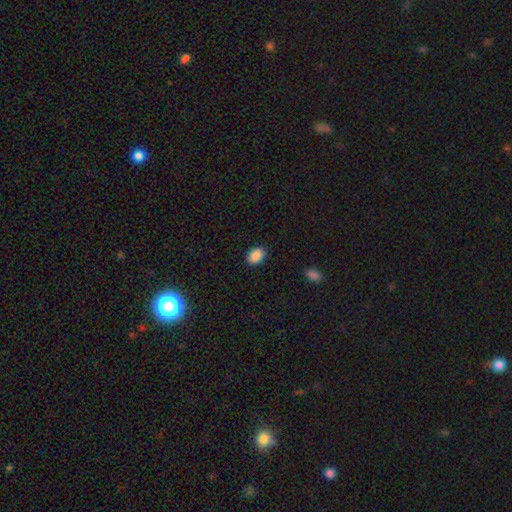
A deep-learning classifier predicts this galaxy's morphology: A smooth galaxy with no disk features (88%) that is in between round and cigar-shaped (78%). Merging: none (87%).